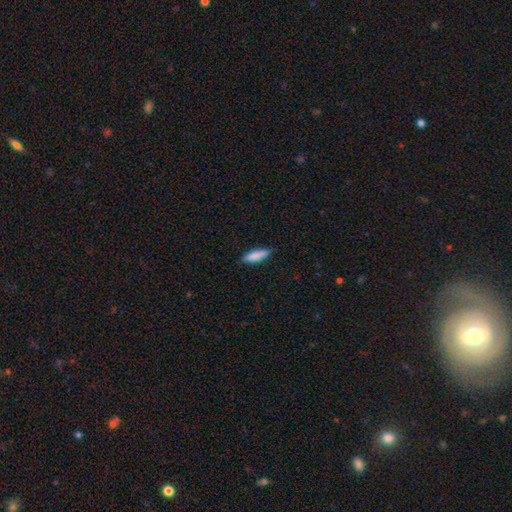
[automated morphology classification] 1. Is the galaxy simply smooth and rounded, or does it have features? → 85% smooth, 10% featured or disk, 6% star or artifact.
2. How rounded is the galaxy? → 59% cigar-shaped, 39% in between, 2% round.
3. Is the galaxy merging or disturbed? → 83% none, 14% minor disturbance, 2% major disturbance, 1% merger.